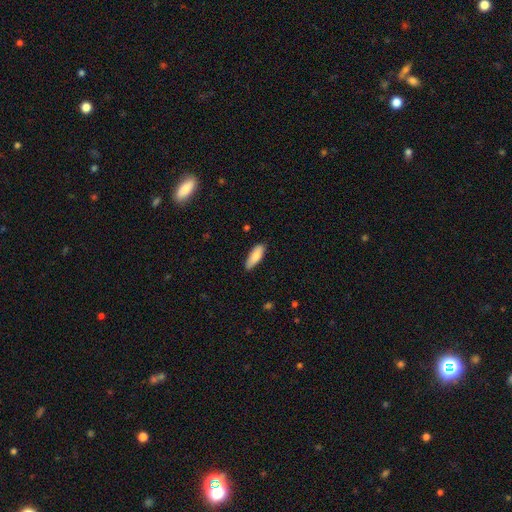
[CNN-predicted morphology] type=smooth (84%); roundness=in between (61%); merging=none (82%).